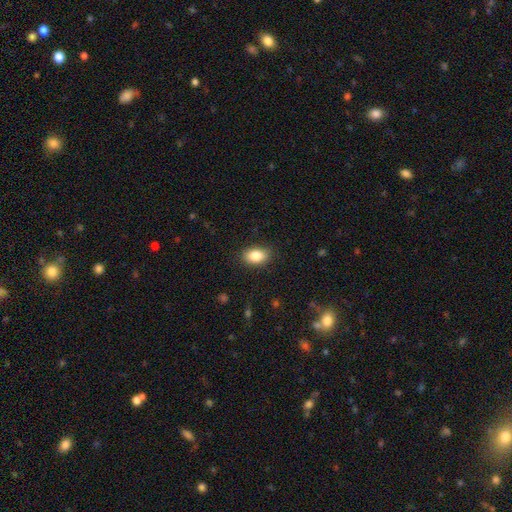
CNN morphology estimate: The model was most divided on "merging": none: 86%, minor disturbance: 10%, major disturbance: 3%, merger: 1%. More confident: how rounded — in between (87%); smooth or featured — smooth (86%).